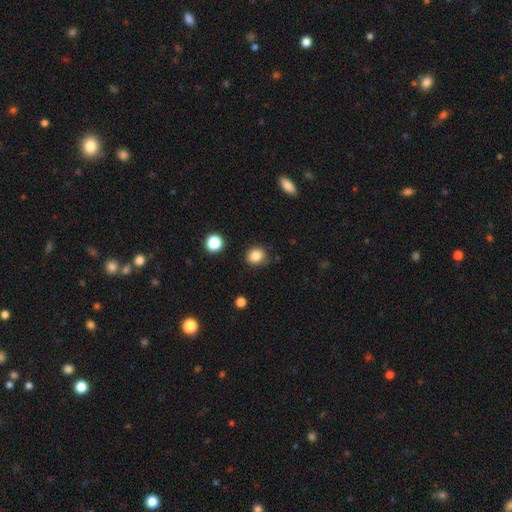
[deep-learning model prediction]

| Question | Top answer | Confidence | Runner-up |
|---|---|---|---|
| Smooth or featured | smooth | 84% | star or artifact (11%) |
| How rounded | round | 75% | in between (24%) |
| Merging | none | 86% | minor disturbance (10%) |